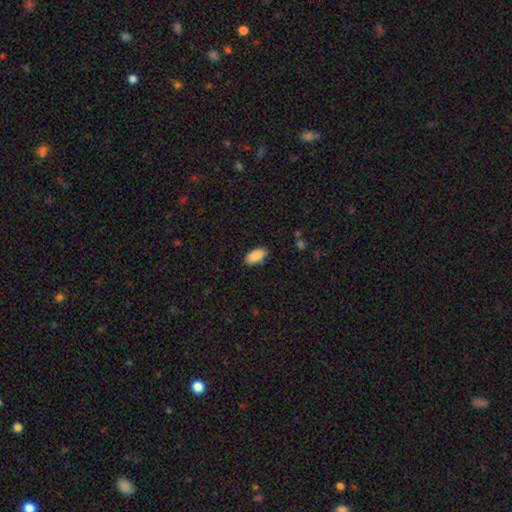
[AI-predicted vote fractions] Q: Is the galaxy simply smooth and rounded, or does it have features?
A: smooth — 90%.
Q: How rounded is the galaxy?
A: in between — 94%.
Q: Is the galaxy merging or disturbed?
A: none — 87%.